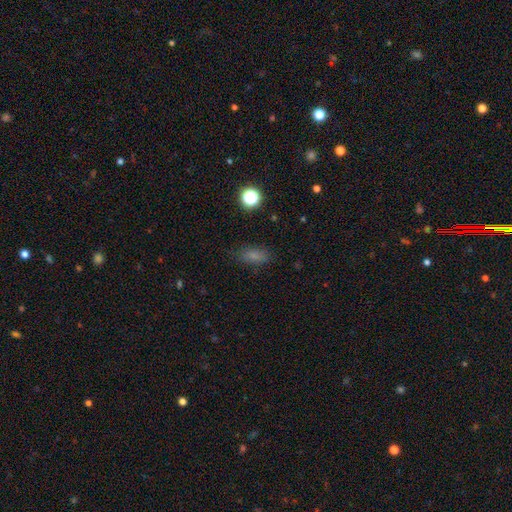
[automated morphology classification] smooth-or-featured: smooth: 69% | star or artifact: 21% | featured or disk: 10%
  how-rounded: in between: 75% | cigar-shaped: 15% | round: 10%
  merging: none: 82% | minor disturbance: 13% | major disturbance: 4% | merger: 2%